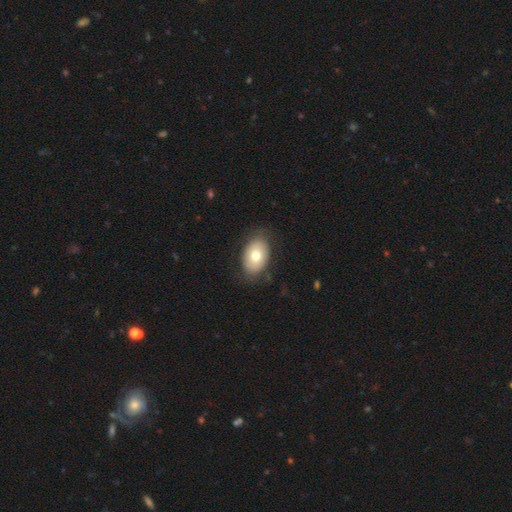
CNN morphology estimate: The model was most divided on "smooth or featured": smooth: 72%, featured or disk: 21%, star or artifact: 7%. More confident: how rounded — in between (85%); merging — none (79%).